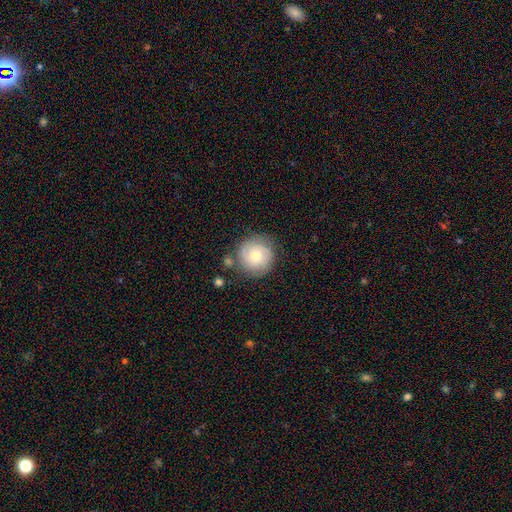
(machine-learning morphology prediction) type=smooth (47%); merging=none (76%).